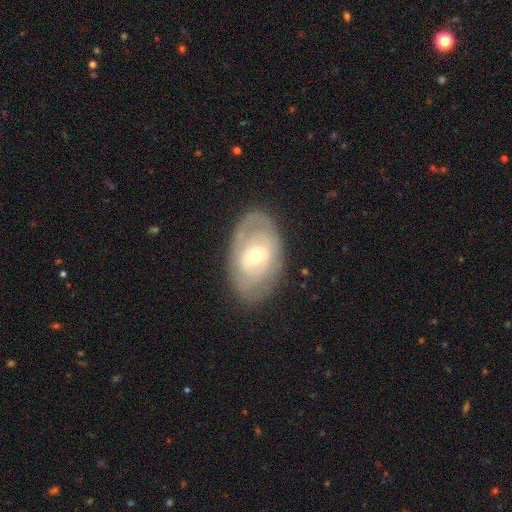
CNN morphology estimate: A featured or disk galaxy (59%) with no bar (55%), no spiral arms (53%) and a moderate central bulge (50%). Merging: none (77%).